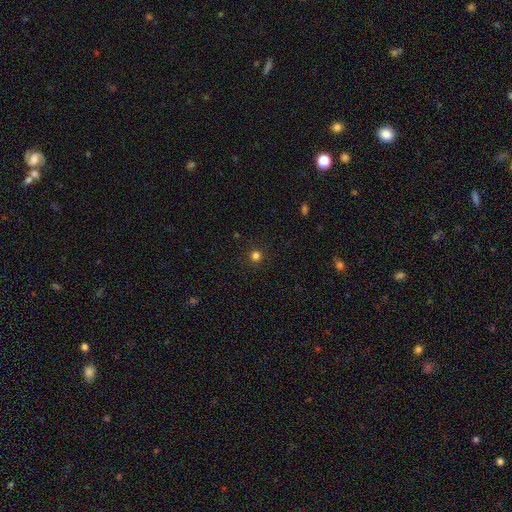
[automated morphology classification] Overall: smooth (79%). How rounded: round (95%). Merging: none (91%).